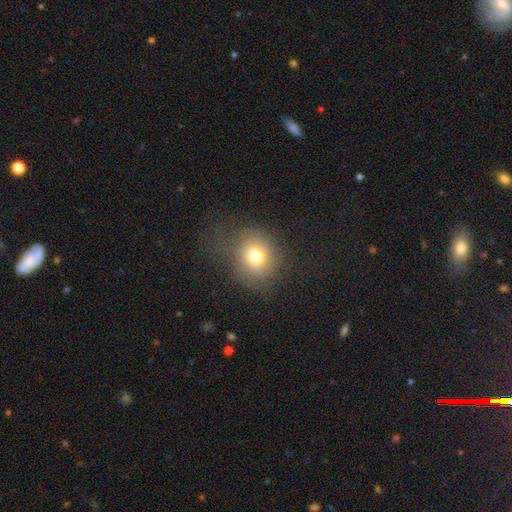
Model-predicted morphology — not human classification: A smooth galaxy with no disk features (73%) that is round (79%). Merging: none (69%).